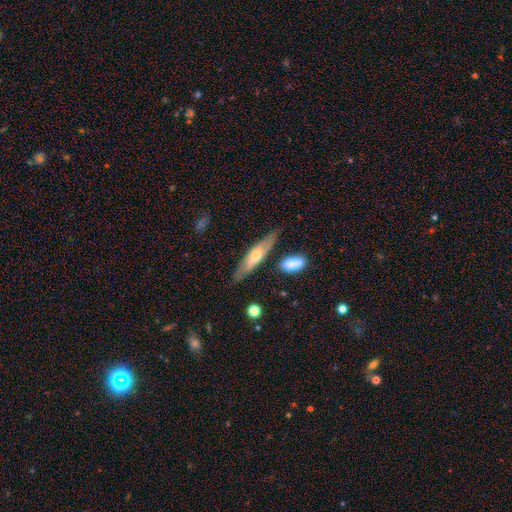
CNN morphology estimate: Overall: featured or disk (47%, tied with smooth). Merging: none (78%).